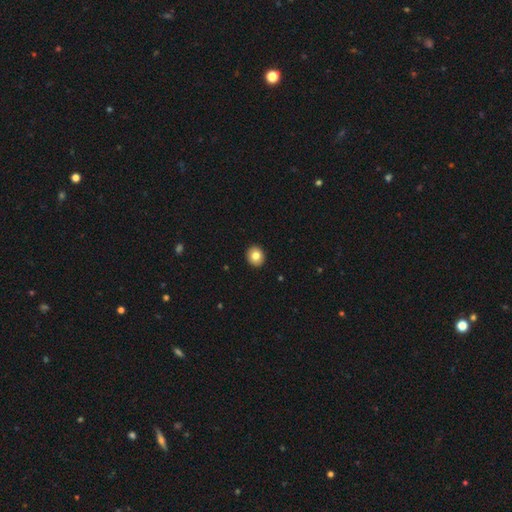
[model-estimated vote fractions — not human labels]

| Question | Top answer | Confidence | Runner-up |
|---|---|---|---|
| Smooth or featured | smooth | 81% | featured or disk (10%) |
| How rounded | round | 77% | in between (22%) |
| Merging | none | 93% | minor disturbance (5%) |